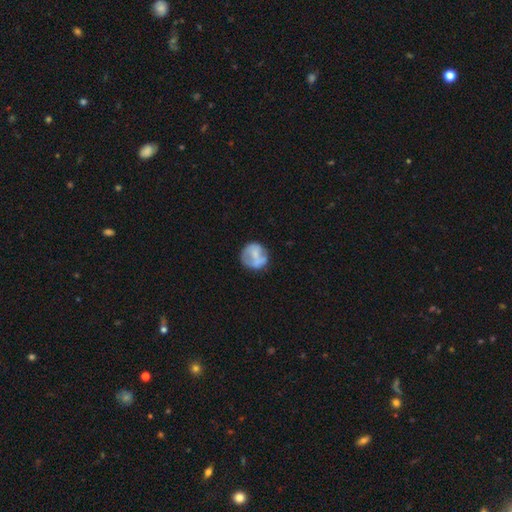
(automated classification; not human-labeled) Smooth or featured?
  - smooth: 55% *
  - featured or disk: 38%
  - star or artifact: 7%
How rounded?
  - round: 85% *
  - in between: 14%
  - cigar-shaped: 1%
Merging?
  - none: 59% *
  - minor disturbance: 24%
  - major disturbance: 13%
  - merger: 4%